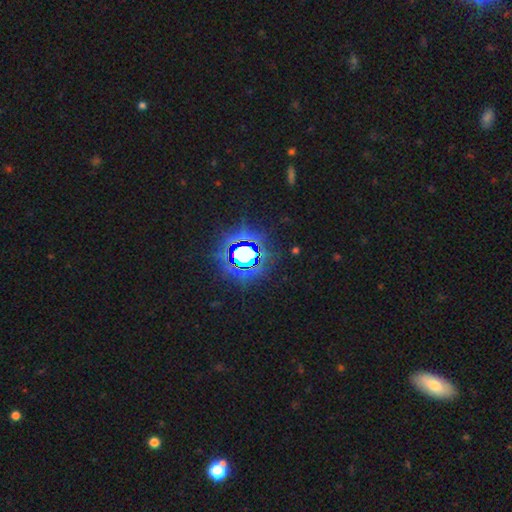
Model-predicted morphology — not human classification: Smooth or featured? star or artifact (79%)